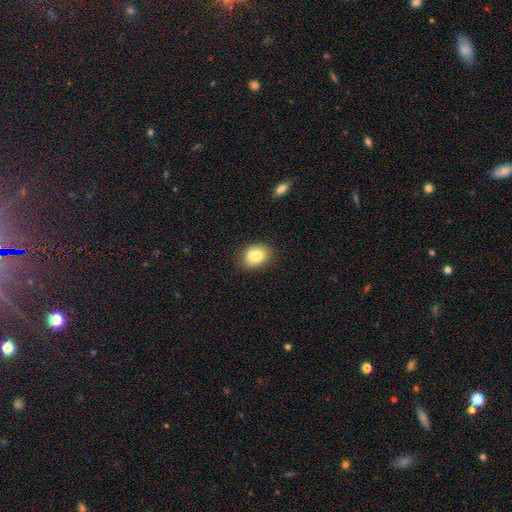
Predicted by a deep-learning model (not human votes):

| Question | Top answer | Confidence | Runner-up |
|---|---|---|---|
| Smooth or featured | smooth | 71% | featured or disk (20%) |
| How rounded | in between | 52% | round (47%) |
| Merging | none | 46% | merger (38%) |